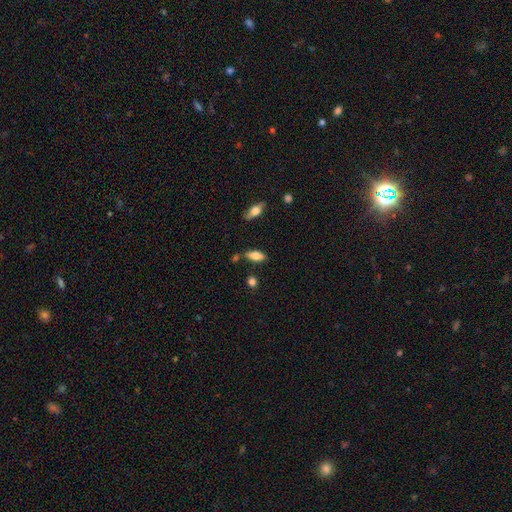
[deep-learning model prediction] Overall: smooth (71%). How rounded: in between (80%). Merging: none (74%).